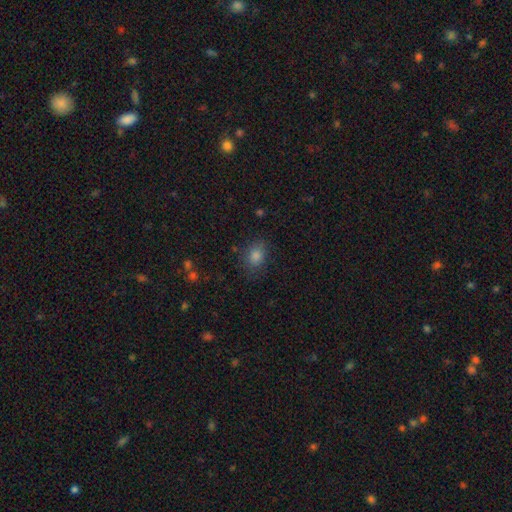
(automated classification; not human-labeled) The model was most divided on "how rounded": in between: 63%, round: 36%, cigar-shaped: 1%. More confident: merging — none (80%); smooth or featured — smooth (80%).